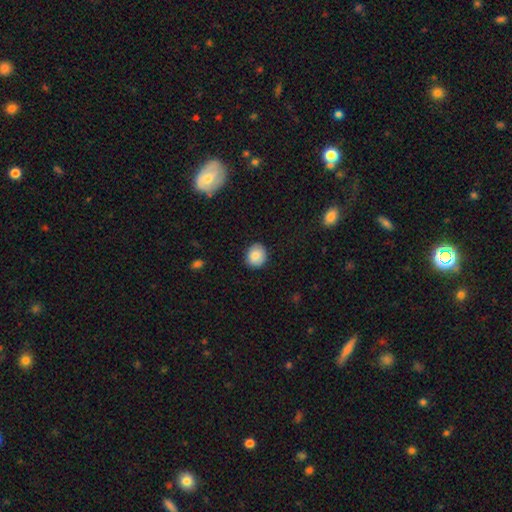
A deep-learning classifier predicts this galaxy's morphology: Q: Smooth or featured?
A: smooth (86%); runner-up: star or artifact (8%)
Q: How rounded?
A: round (73%); runner-up: in between (26%)
Q: Merging?
A: none (88%); runner-up: minor disturbance (9%)